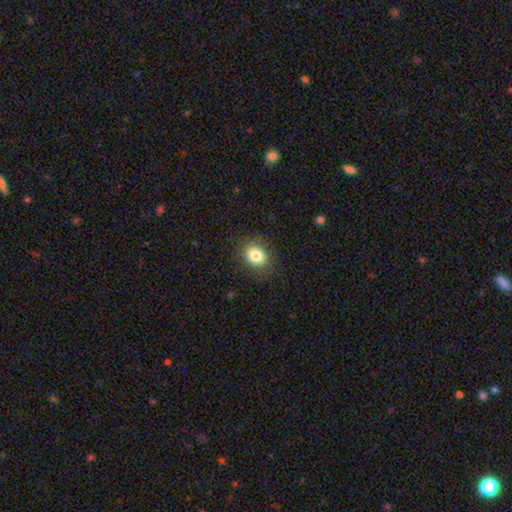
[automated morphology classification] smooth-or-featured: smooth: 83% | star or artifact: 9% | featured or disk: 8%
  how-rounded: round: 57% | in between: 43% | cigar-shaped: 1%
  merging: none: 85% | minor disturbance: 10% | major disturbance: 3% | merger: 1%